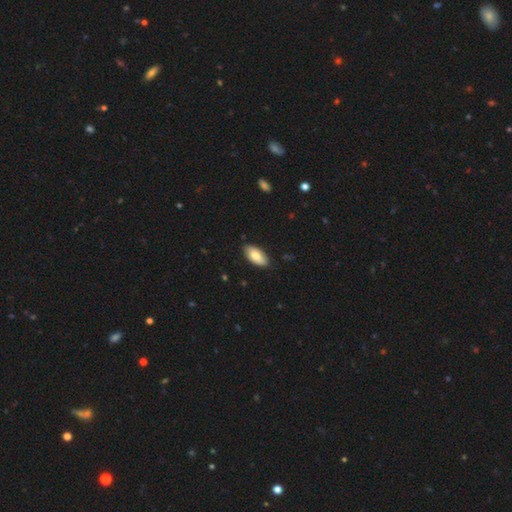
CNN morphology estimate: type=smooth (77%); roundness=in between (93%); merging=none (85%).